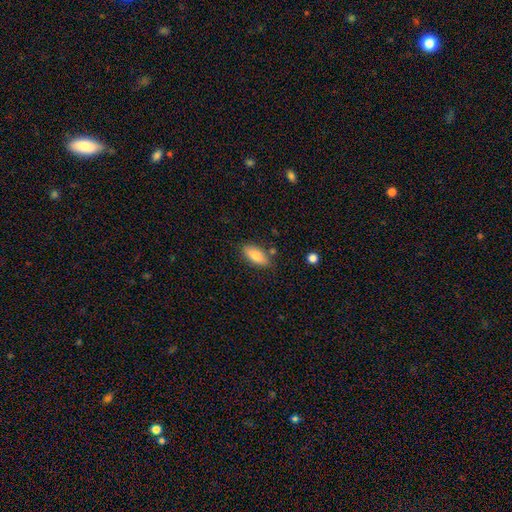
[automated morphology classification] Overall: smooth (79%). How rounded: in between (83%). Merging: none (77%).